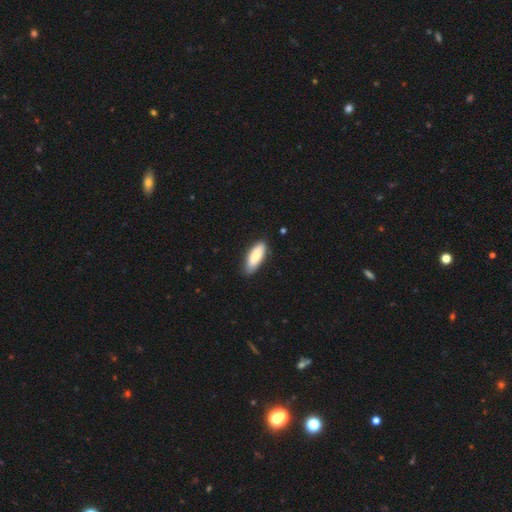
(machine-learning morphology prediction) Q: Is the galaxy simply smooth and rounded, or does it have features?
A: smooth — 82%.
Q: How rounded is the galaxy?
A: in between — 68%.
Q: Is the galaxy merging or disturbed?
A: none — 81%.